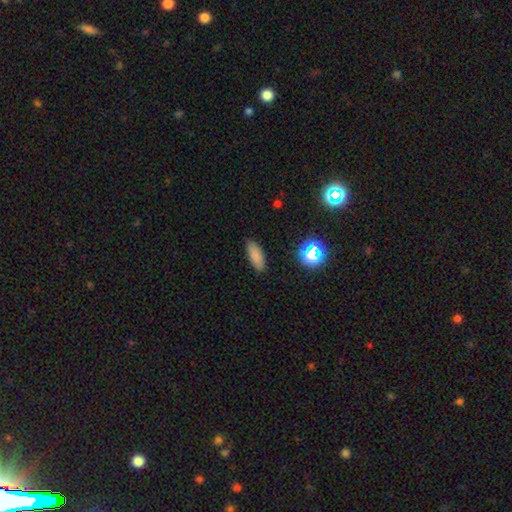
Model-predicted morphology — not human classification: smooth_or_featured: smooth (p=0.81) [alt: star or artifact p=0.13]
how_rounded: in between (p=0.70) [alt: cigar-shaped p=0.27]
merging: none (p=0.85) [alt: minor disturbance p=0.11]